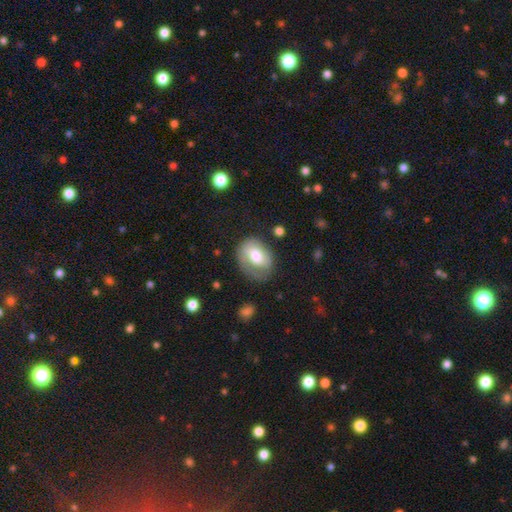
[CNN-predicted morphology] smooth 52%, featured or disk 41%, star or artifact 7%. Down the decision tree: how rounded — in between (67%); merging — none (54%).